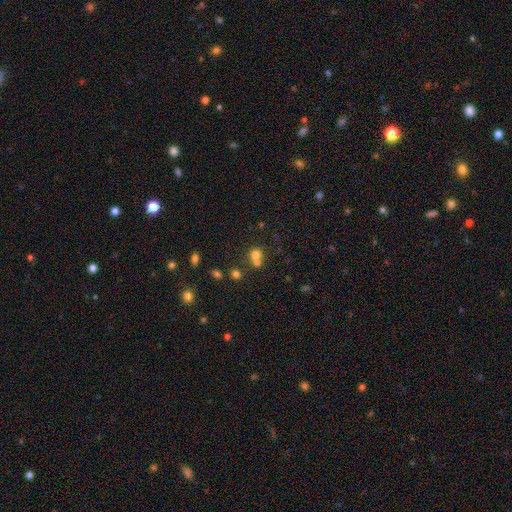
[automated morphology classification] Smooth or featured?
  - smooth: 70% *
  - star or artifact: 18%
  - featured or disk: 13%
How rounded?
  - round: 81% *
  - in between: 18%
  - cigar-shaped: 1%
Merging?
  - merger: 50% *
  - none: 40%
  - minor disturbance: 6%
  - major disturbance: 3%